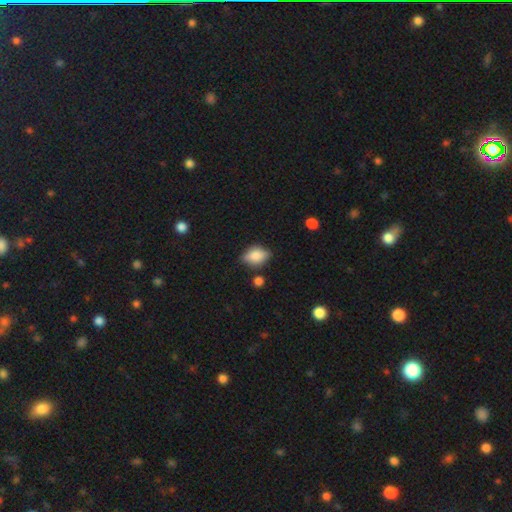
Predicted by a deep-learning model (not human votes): This appears to be a smooth galaxy with no disk features (75%) that is in between round and cigar-shaped (77%). Merging: none (69%).